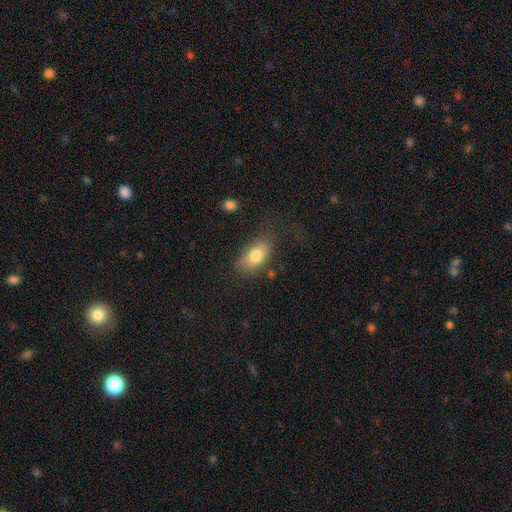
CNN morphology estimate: Smooth or featured? smooth (79%)
How rounded? in between (89%)
Merging? none (61%)